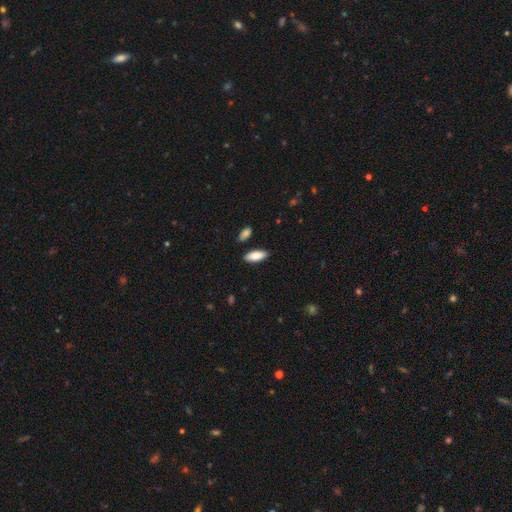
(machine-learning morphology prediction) Smooth or featured?
  - smooth: 85% *
  - featured or disk: 9%
  - star or artifact: 6%
How rounded?
  - in between: 81% *
  - cigar-shaped: 17%
  - round: 2%
Merging?
  - none: 86% *
  - minor disturbance: 10%
  - merger: 3%
  - major disturbance: 2%